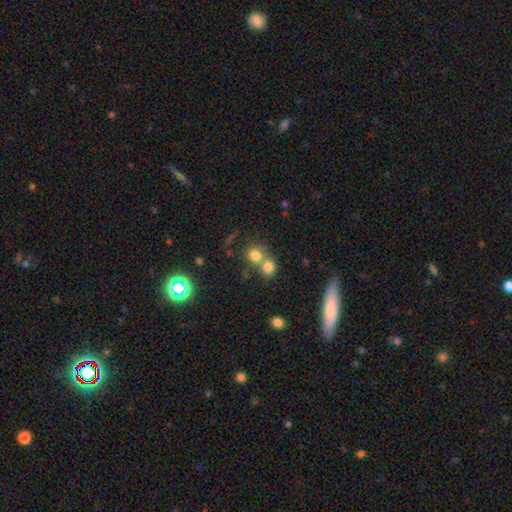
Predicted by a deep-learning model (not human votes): Smooth or featured?
  - smooth: 77% *
  - star or artifact: 14%
  - featured or disk: 9%
How rounded?
  - round: 81% *
  - in between: 18%
  - cigar-shaped: 1%
Merging?
  - merger: 47% *
  - none: 43%
  - minor disturbance: 6%
  - major disturbance: 3%